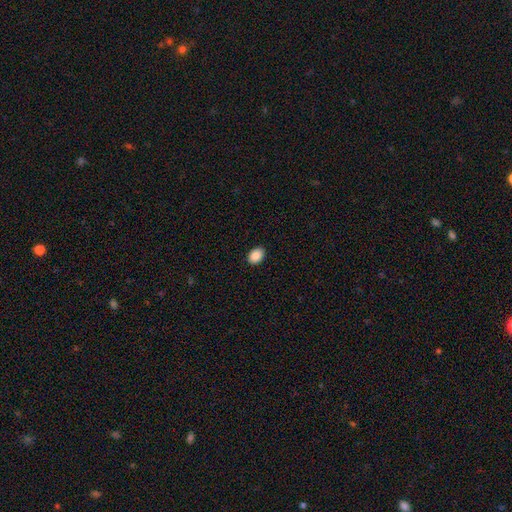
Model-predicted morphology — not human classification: Smooth or featured? Predicted: smooth (p=0.89). How rounded? Predicted: in between (p=0.77). Merging? Predicted: none (p=0.90).